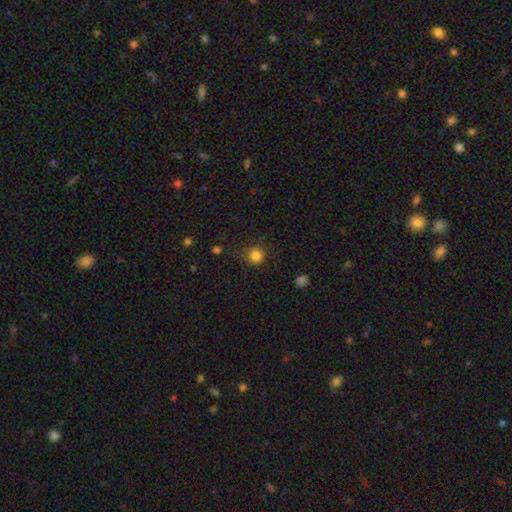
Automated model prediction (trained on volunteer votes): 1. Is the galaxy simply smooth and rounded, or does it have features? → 83% smooth, 12% star or artifact, 4% featured or disk.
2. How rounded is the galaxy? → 92% round, 7% in between, 1% cigar-shaped.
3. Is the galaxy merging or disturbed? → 82% none, 12% minor disturbance, 4% major disturbance, 2% merger.